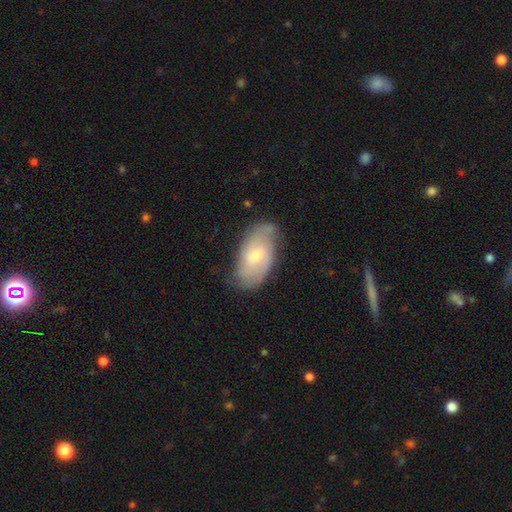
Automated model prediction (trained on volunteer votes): Smooth or featured?
  - featured or disk: 71% *
  - smooth: 23%
  - star or artifact: 6%
Edge-on disk?
  - no: 95% *
  - yes: 5%
Bar?
  - weak: 50% *
  - no: 41%
  - strong: 10%
Spiral arms?
  - yes: 90% *
  - no: 10%
Spiral winding?
  - medium: 42% *
  - tight: 38%
  - loose: 20%
Spiral arm count?
  - 2: 60% *
  - can't tell: 24%
  - 3: 8%
  - 1: 3%
  - 4: 3%
  - more than 4: 2%
Bulge size?
  - small: 59% *
  - moderate: 36%
  - none: 2%
  - large: 2%
  - dominant: 1%
Merging?
  - none: 71% *
  - minor disturbance: 22%
  - major disturbance: 6%
  - merger: 1%